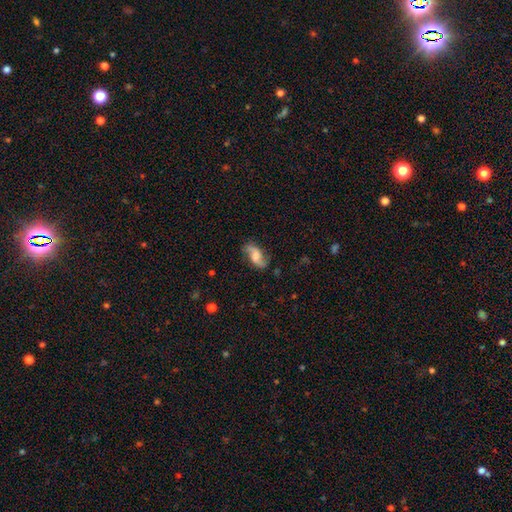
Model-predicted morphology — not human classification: Smooth or featured? featured or disk (72%)
Edge-on disk? no (95%)
Bar? no (49%)
Spiral arms? yes (94%)
Spiral winding? loose (68%)
Spiral arm count? 2 (92%)
Bulge size? moderate (43%)
Merging? none (76%)